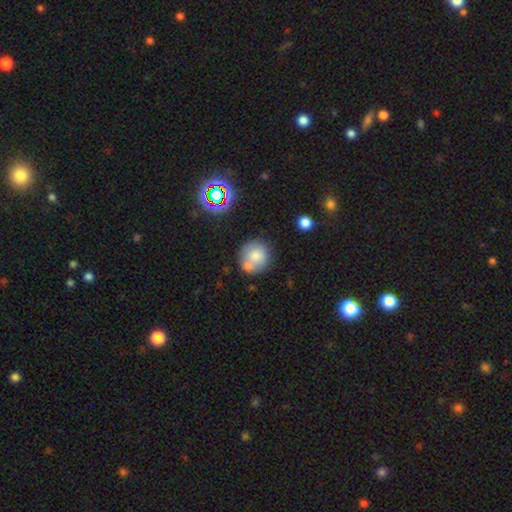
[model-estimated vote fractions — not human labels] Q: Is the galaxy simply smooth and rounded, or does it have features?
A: smooth — 75%.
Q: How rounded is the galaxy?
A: round — 90%.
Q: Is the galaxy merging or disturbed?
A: none — 56%.